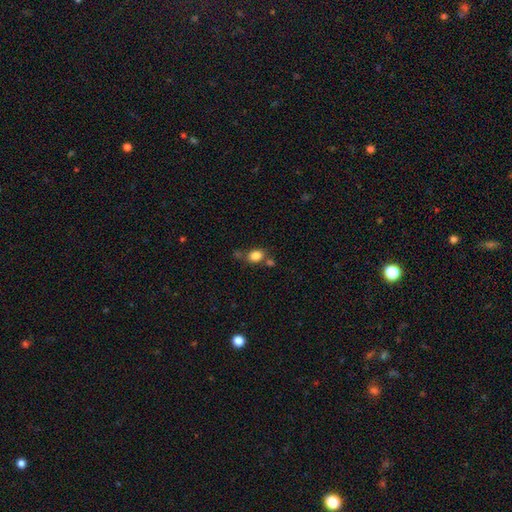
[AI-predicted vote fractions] Smooth or featured? smooth (83%)
How rounded? in between (61%)
Merging? none (59%)